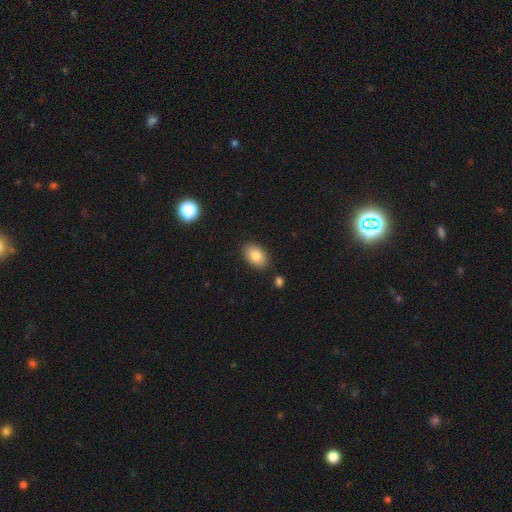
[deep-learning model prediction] This appears to be a smooth galaxy with no disk features (84%) that is in between round and cigar-shaped (89%). Merging: none (85%).